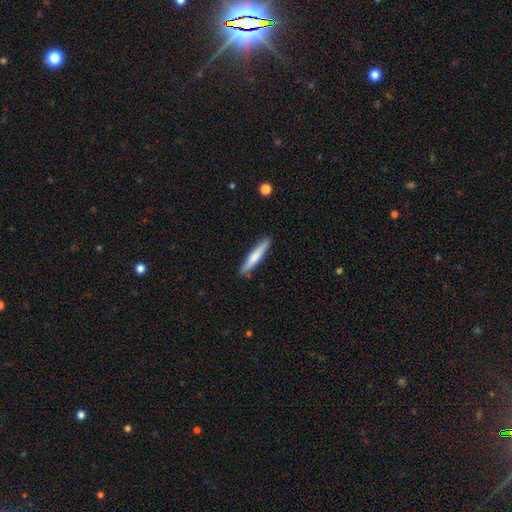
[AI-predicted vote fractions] Smooth or featured: smooth — 63% (featured or disk — 31%)
How rounded: cigar-shaped — 93% (in between — 6%)
Merging: none — 89% (minor disturbance — 8%)